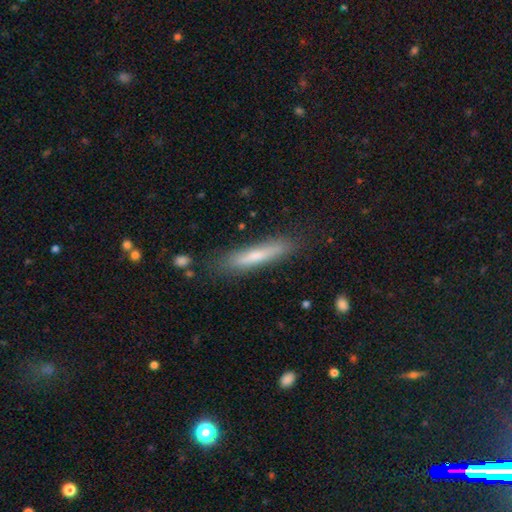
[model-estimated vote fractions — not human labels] smooth-or-featured: smooth: 67% | featured or disk: 26% | star or artifact: 7%
  how-rounded: cigar-shaped: 90% | in between: 9% | round: 1%
  merging: none: 82% | minor disturbance: 13% | major disturbance: 3% | merger: 2%